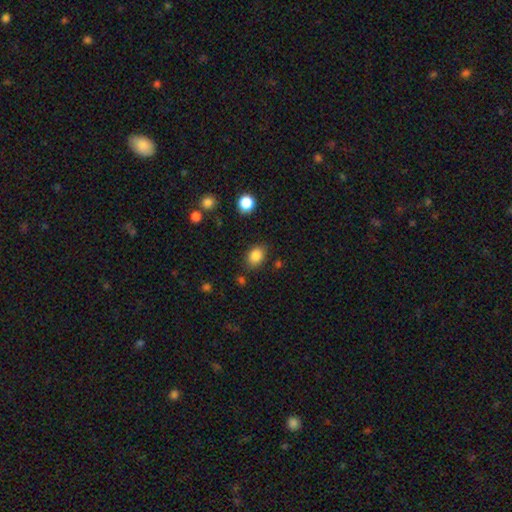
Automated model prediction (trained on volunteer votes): Smooth or featured? smooth (85%)
How rounded? in between (68%)
Merging? none (80%)